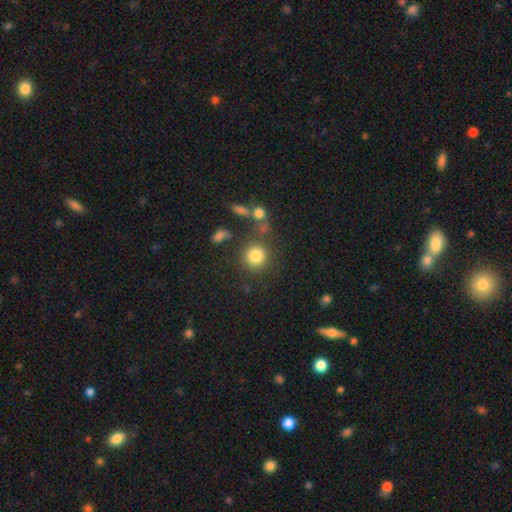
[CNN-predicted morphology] Smooth or featured? Predicted: smooth (p=0.81). How rounded? Predicted: round (p=0.91). Merging? Predicted: none (p=0.75).